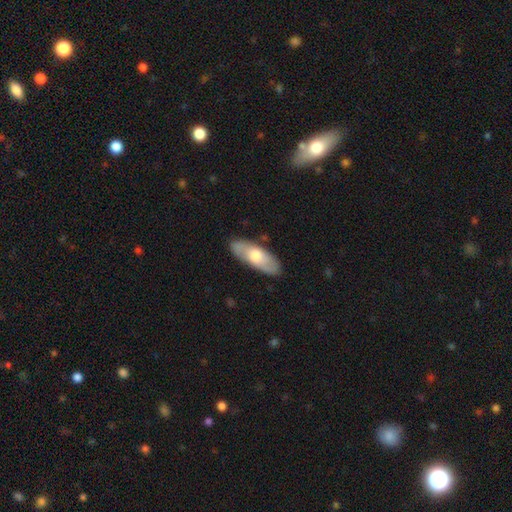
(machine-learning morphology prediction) A smooth galaxy with no disk features (60%) that is in between round and cigar-shaped (73%).

Vote fractions:
- Smooth or featured? smooth: 60% / featured or disk: 35% / star or artifact: 5%
- How rounded? in between: 73% / cigar-shaped: 25% / round: 2%
- Merging? none: 85% / minor disturbance: 11% / major disturbance: 2% / merger: 1%